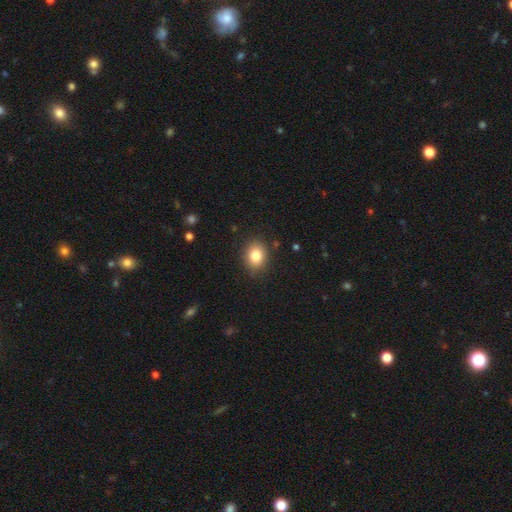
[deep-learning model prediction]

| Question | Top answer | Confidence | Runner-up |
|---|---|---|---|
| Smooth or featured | smooth | 83% | star or artifact (10%) |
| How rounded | in between | 52% | round (47%) |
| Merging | none | 86% | minor disturbance (10%) |